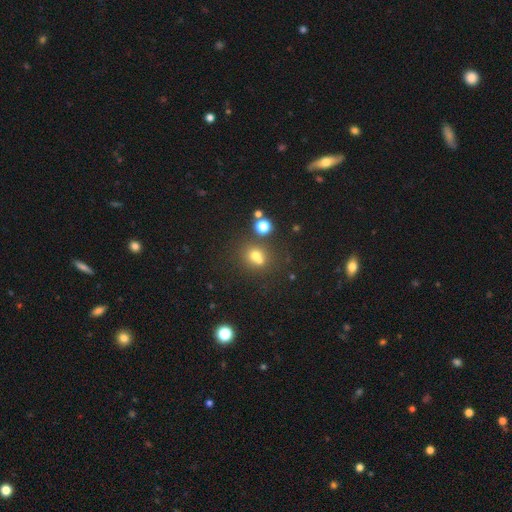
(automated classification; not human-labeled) Morphology: type=smooth (66%); roundness=round (78%); merging=none (46%).